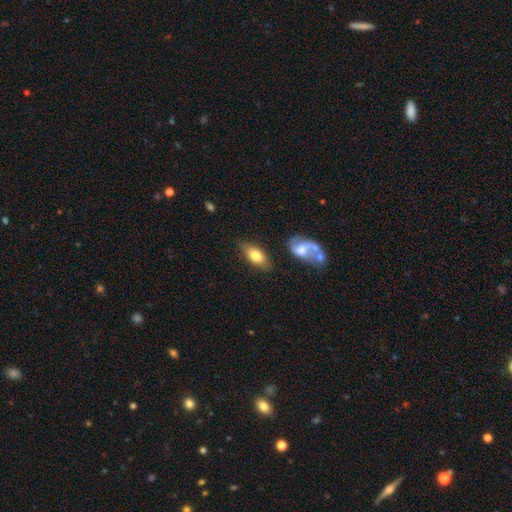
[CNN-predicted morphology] Smooth or featured: smooth — 74% (featured or disk — 20%)
How rounded: in between — 86% (cigar-shaped — 10%)
Merging: none — 73% (minor disturbance — 16%)